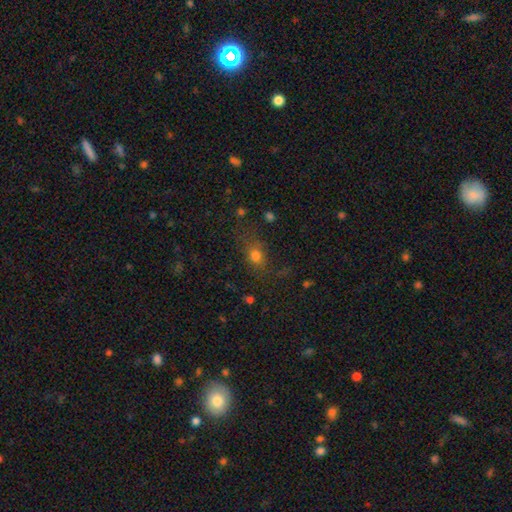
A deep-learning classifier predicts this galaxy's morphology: A smooth galaxy with no disk features (73%) that is in between round and cigar-shaped (50%).

Vote fractions:
- Smooth or featured? smooth: 73% / star or artifact: 17% / featured or disk: 10%
- How rounded? in between: 50% / round: 45% / cigar-shaped: 4%
- Merging? none: 68% / minor disturbance: 18% / major disturbance: 11% / merger: 3%